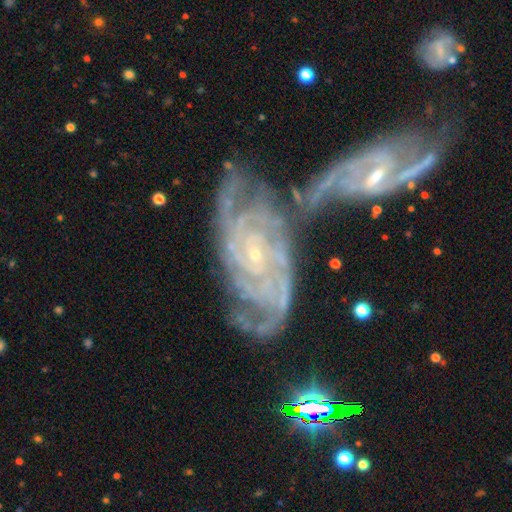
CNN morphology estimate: smooth-or-featured: featured or disk: 91% | star or artifact: 5% | smooth: 4%
  disk-edge-on: no: 96% | yes: 4%
    bar: no: 59% | weak: 29% | strong: 12%
    has-spiral-arms: yes: 98% | no: 2%
      spiral-winding: tight: 71% | medium: 24% | loose: 5%
      spiral-arm-count: can't tell: 22% | 3: 21% | 4: 19% | 2: 18% | more than 4: 12% | 1: 8%
    bulge-size: small: 86% | moderate: 10% | none: 2% | large: 1% | dominant: 1%
  merging: merger: 46% | none: 31% | minor disturbance: 16% | major disturbance: 7%